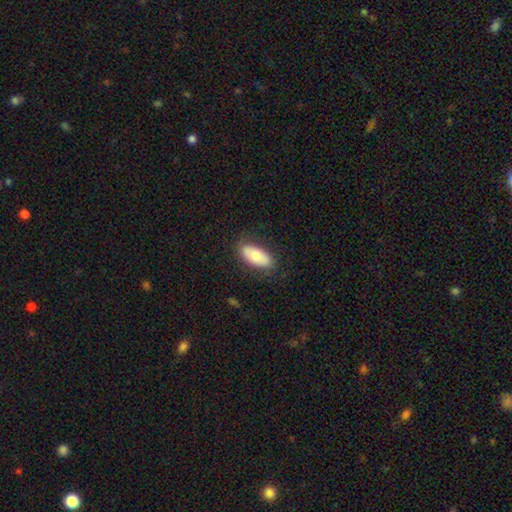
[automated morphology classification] This is likely a smooth galaxy (72%). How rounded: clearly in between (89%). Merging: clearly none (80%).